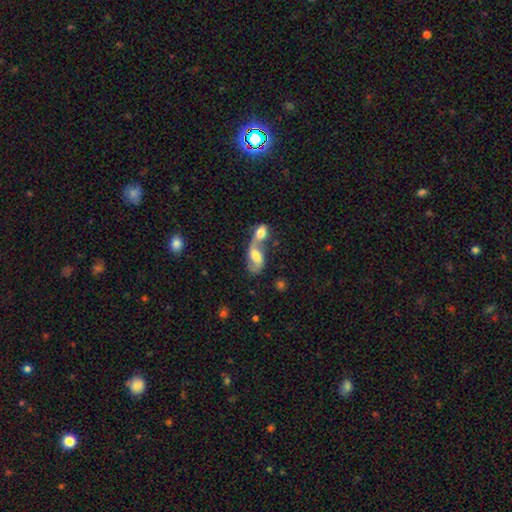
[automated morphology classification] A featured or disk galaxy (51%).

Vote fractions:
- Smooth or featured? featured or disk: 51% / smooth: 40% / star or artifact: 9%
- Edge-on disk? no: 94% / yes: 6%
- Merging? merger: 75% / none: 13% / major disturbance: 6% / minor disturbance: 6%